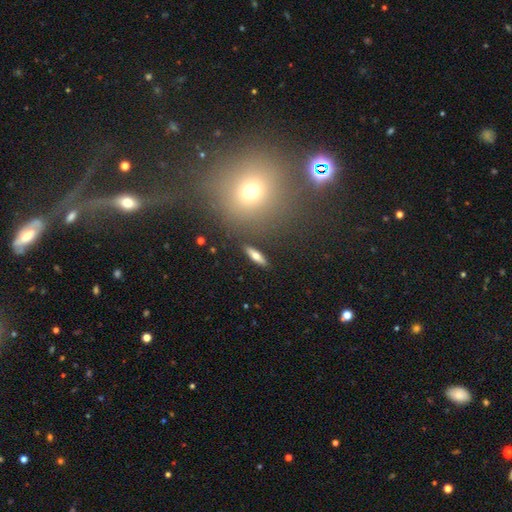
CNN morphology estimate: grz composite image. It shows a smooth galaxy with no disk features (62%) that is cigar-shaped (59%). Merging: none (88%).